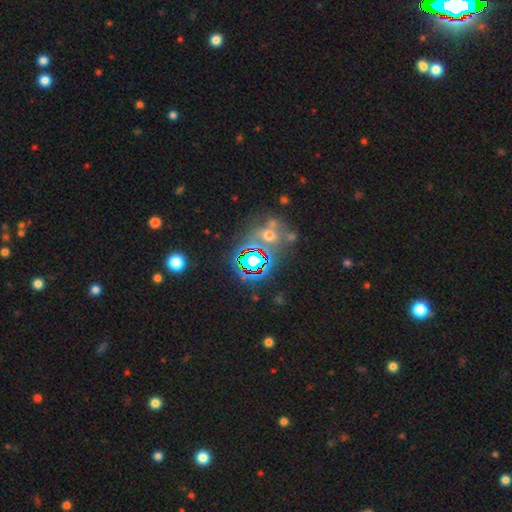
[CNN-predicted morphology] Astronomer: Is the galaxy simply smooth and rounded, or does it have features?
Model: star or artifact — 66%.